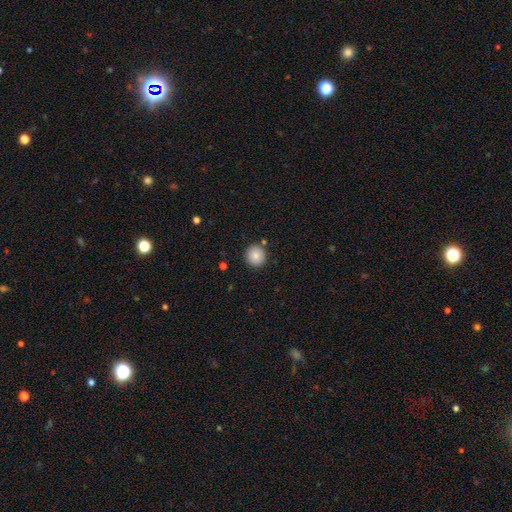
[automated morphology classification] Smooth or featured? Predicted: smooth (p=0.85). How rounded? Predicted: round (p=0.91). Merging? Predicted: none (p=0.88).